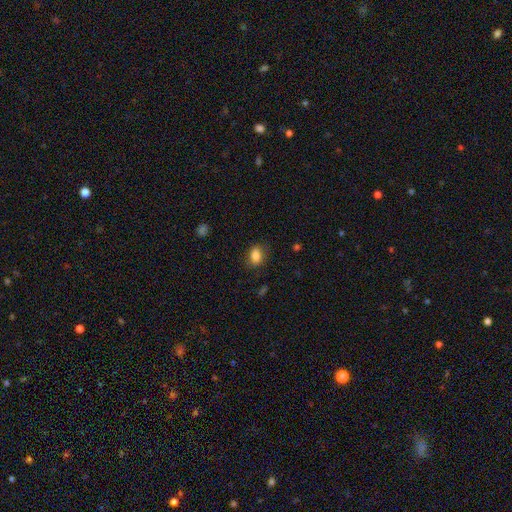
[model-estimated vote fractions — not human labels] A smooth galaxy with no disk features (85%) that is in between round and cigar-shaped (73%). Merging: none (78%).